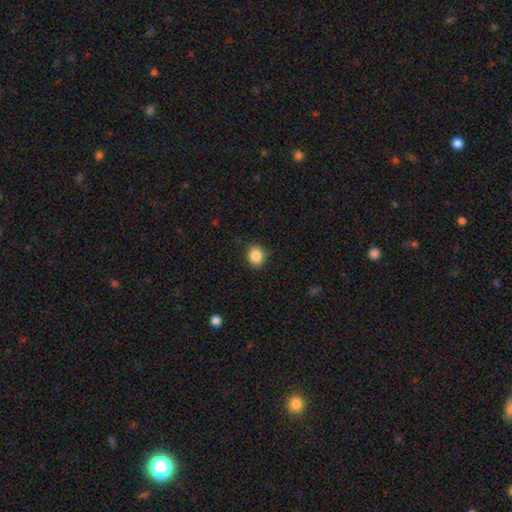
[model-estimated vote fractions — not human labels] A smooth galaxy with no disk features (87%) that is in between round and cigar-shaped (53%). Merging: none (85%).